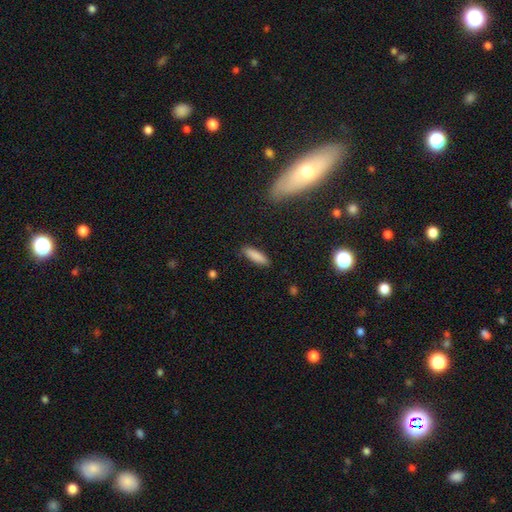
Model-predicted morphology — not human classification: A smooth galaxy with no disk features (86%) that is cigar-shaped (60%).

Vote fractions:
- Smooth or featured? smooth: 86% / featured or disk: 7% / star or artifact: 7%
- How rounded? cigar-shaped: 60% / in between: 39% / round: 2%
- Merging? none: 87% / minor disturbance: 9% / major disturbance: 2% / merger: 1%